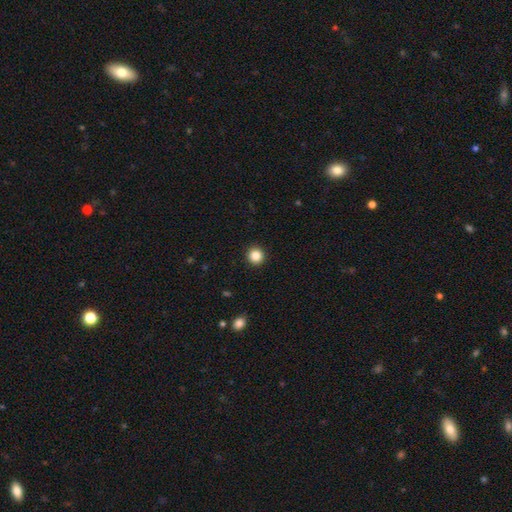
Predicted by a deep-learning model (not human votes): Smooth or featured?
  - smooth: 85% *
  - star or artifact: 11%
  - featured or disk: 4%
How rounded?
  - round: 93% *
  - in between: 6%
  - cigar-shaped: 1%
Merging?
  - none: 93% *
  - minor disturbance: 4%
  - major disturbance: 2%
  - merger: 1%